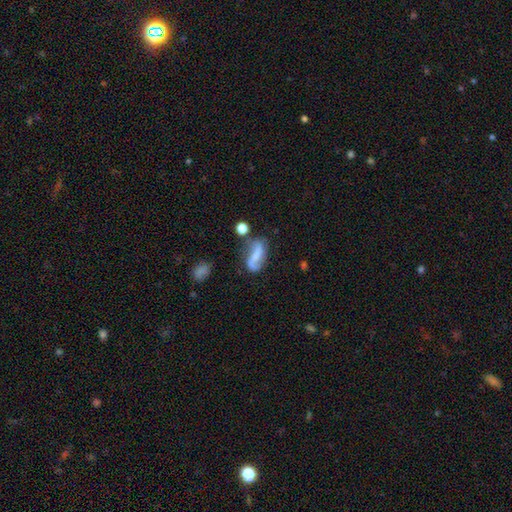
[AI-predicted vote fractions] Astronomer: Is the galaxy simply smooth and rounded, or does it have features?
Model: featured or disk — 69%.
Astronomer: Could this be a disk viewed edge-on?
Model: no — 95%.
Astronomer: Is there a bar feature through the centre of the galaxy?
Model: weak — 37% (runner-up: strong, 33%).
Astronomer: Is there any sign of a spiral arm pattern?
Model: yes — 90%.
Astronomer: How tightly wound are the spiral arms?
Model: loose — 68%.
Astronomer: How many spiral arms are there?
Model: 2 — 87%.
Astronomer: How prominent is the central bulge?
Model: small — 44% (runner-up: none, 28%).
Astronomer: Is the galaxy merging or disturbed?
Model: none — 59%.